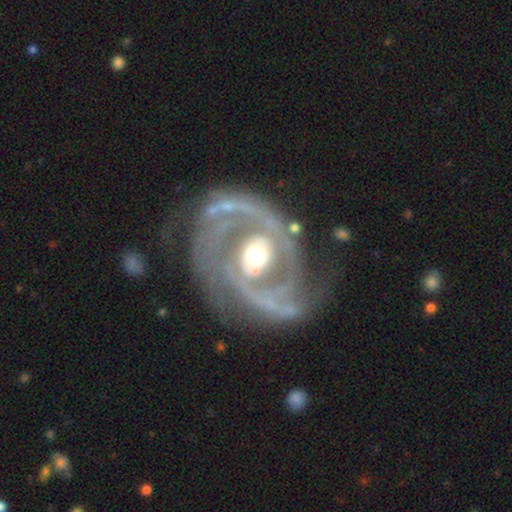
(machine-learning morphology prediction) Q: Smooth or featured?
A: featured or disk (88%); runner-up: smooth (7%)
Q: Edge-on disk?
A: no (97%); runner-up: yes (3%)
Q: Bar?
A: no (49%); runner-up: weak (27%)
Q: Spiral arms?
A: yes (86%); runner-up: no (14%)
Q: Spiral winding?
A: medium (40%); runner-up: tight (35%)
Q: Spiral arm count?
A: 2 (68%); runner-up: can't tell (10%)
Q: Bulge size?
A: moderate (68%); runner-up: large (19%)
Q: Merging?
A: none (59%); runner-up: major disturbance (19%)